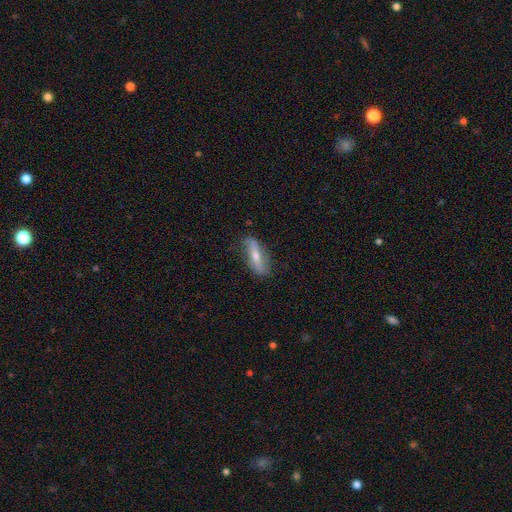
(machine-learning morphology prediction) A featured or disk galaxy (49%).

Vote fractions:
- Smooth or featured? featured or disk: 49% / smooth: 44% / star or artifact: 7%
- Merging? none: 75% / minor disturbance: 19% / major disturbance: 5% / merger: 2%